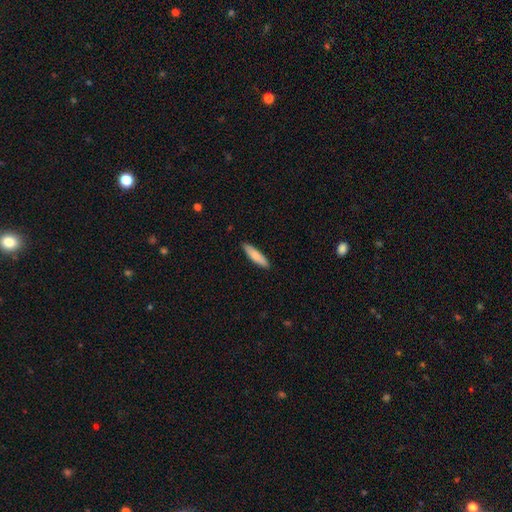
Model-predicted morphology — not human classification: smooth_or_featured: smooth (p=0.80) [alt: featured or disk p=0.15]
how_rounded: cigar-shaped (p=0.71) [alt: in between p=0.27]
merging: none (p=0.89) [alt: minor disturbance p=0.08]